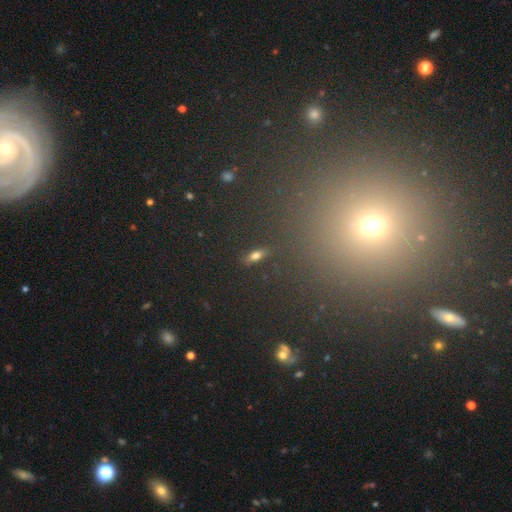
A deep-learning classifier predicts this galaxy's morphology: The model was most divided on "how rounded": in between: 70%, cigar-shaped: 22%, round: 8%. More confident: merging — none (87%); smooth or featured — smooth (66%).